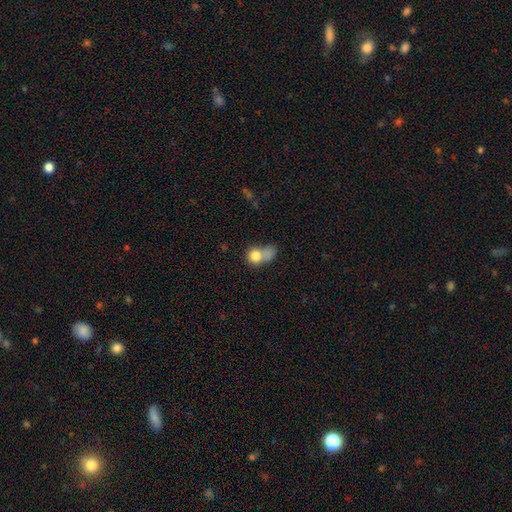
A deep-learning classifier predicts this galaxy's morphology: smooth-or-featured: smooth: 77% | featured or disk: 13% | star or artifact: 10%
  how-rounded: round: 65% | in between: 33% | cigar-shaped: 2%
  merging: merger: 49% | none: 24% | major disturbance: 14% | minor disturbance: 13%